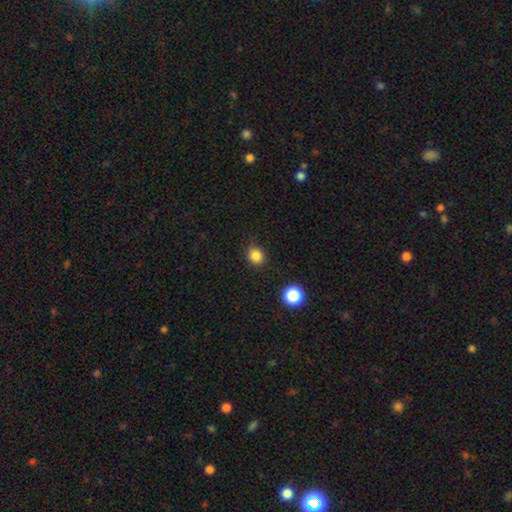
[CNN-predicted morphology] type=smooth (83%); roundness=round (83%); merging=none (87%).